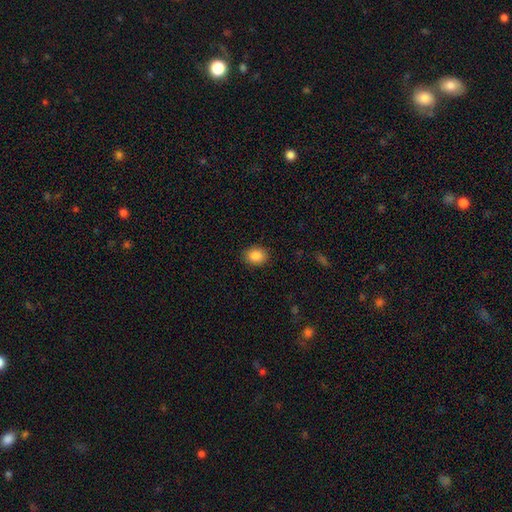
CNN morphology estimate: This appears to be a smooth galaxy with no disk features (86%) that is round (53%). Merging: none (89%).